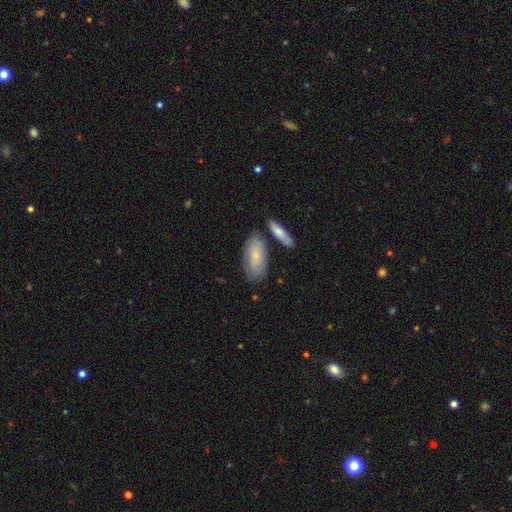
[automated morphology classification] This is likely a smooth galaxy (64%). How rounded: clearly in between (88%). Merging: likely none (66%).